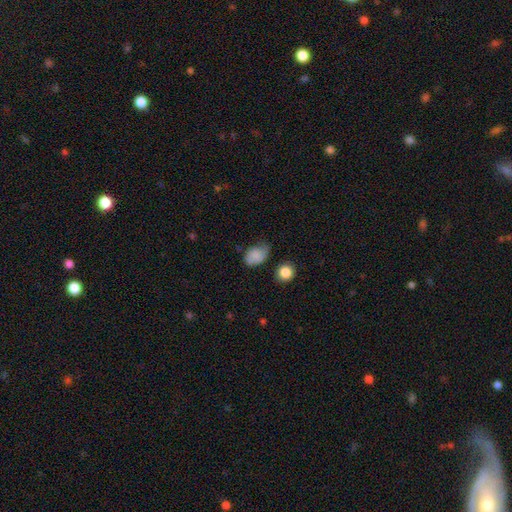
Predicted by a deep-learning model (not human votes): Q: Smooth or featured?
A: smooth (77%); runner-up: featured or disk (14%)
Q: How rounded?
A: in between (80%); runner-up: round (19%)
Q: Merging?
A: none (53%); runner-up: minor disturbance (36%)